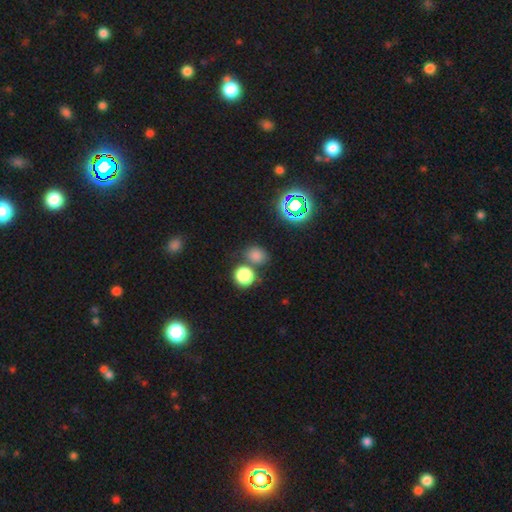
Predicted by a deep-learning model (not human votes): Smooth or featured? Predicted: smooth (p=0.74). How rounded? Predicted: round (p=0.63). Merging? Predicted: none (p=0.64).